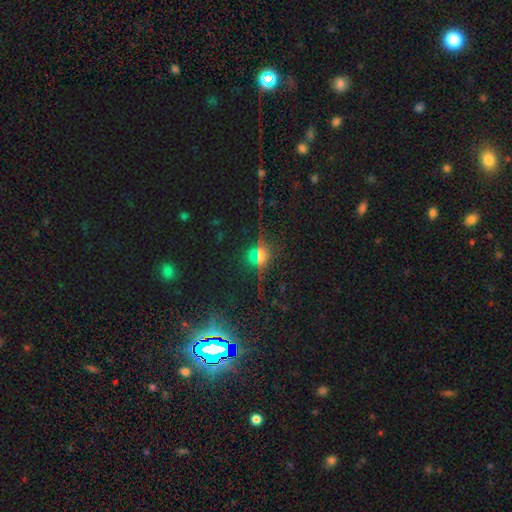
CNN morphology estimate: type=star or artifact (56%).